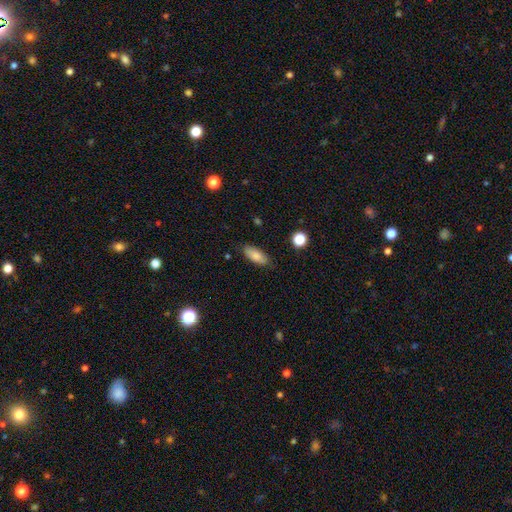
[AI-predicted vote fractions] smooth 82%, featured or disk 11%, star or artifact 7%. Down the decision tree: how rounded — in between (80%); merging — none (85%).